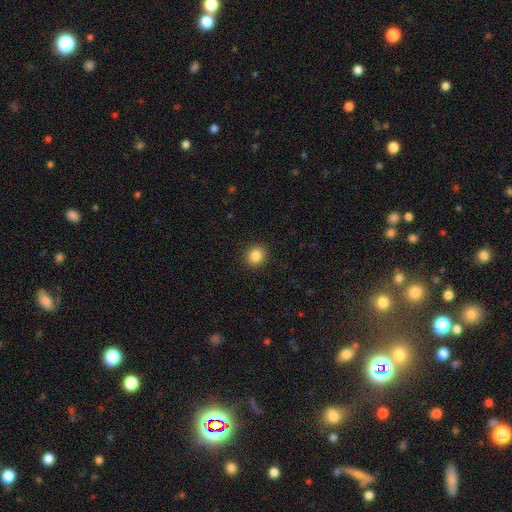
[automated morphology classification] Smooth or featured?
  - smooth: 85% *
  - star or artifact: 10%
  - featured or disk: 5%
How rounded?
  - round: 78% *
  - in between: 21%
  - cigar-shaped: 1%
Merging?
  - none: 92% *
  - minor disturbance: 6%
  - major disturbance: 2%
  - merger: 1%